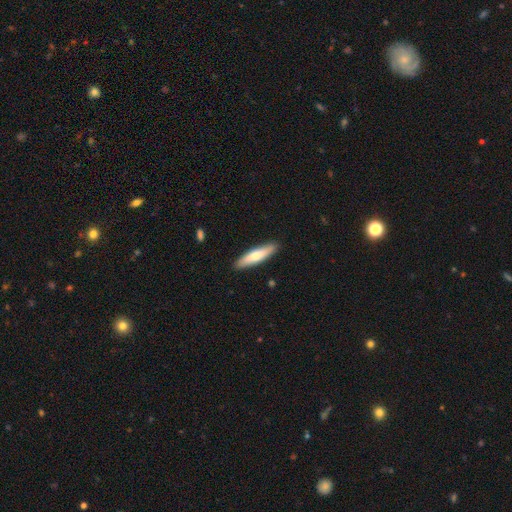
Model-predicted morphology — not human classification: smooth_or_featured: smooth (p=0.68) [alt: featured or disk p=0.27]
how_rounded: cigar-shaped (p=0.78) [alt: in between p=0.21]
merging: none (p=0.89) [alt: minor disturbance p=0.08]